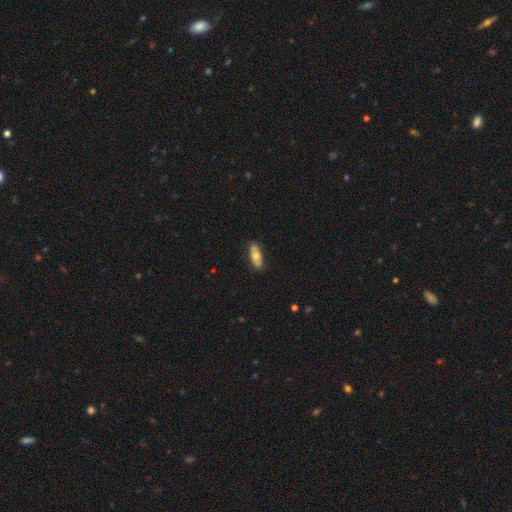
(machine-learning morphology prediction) This is possibly a smooth galaxy (59%). How rounded: likely in between (76%). Merging: clearly none (82%).